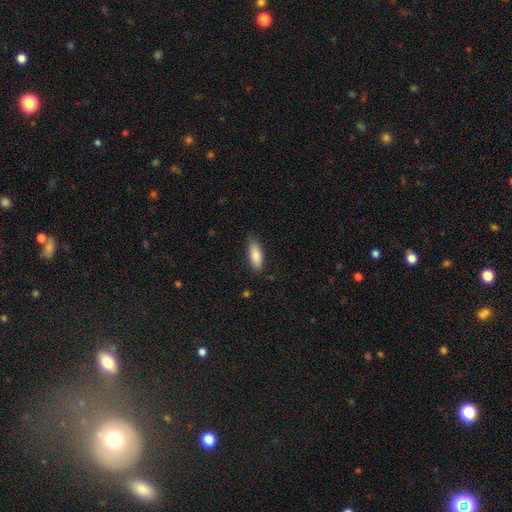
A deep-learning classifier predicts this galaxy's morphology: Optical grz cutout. It shows a smooth galaxy with no disk features (88%) that is in between round and cigar-shaped (75%). Merging: none (82%).